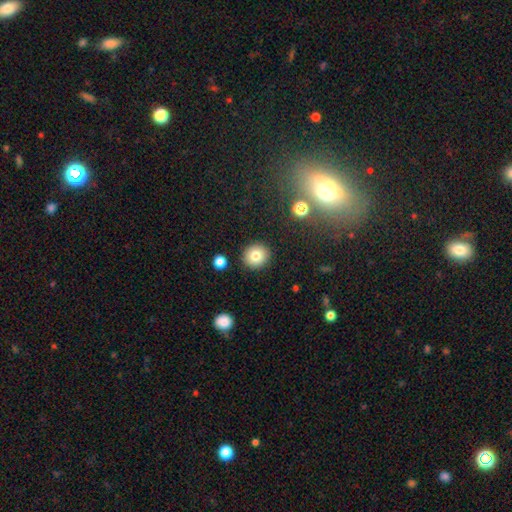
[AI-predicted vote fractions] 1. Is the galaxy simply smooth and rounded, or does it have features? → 81% smooth, 10% star or artifact, 8% featured or disk.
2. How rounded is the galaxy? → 86% round, 13% in between, 1% cigar-shaped.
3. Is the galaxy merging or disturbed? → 90% none, 6% minor disturbance, 2% major disturbance, 2% merger.